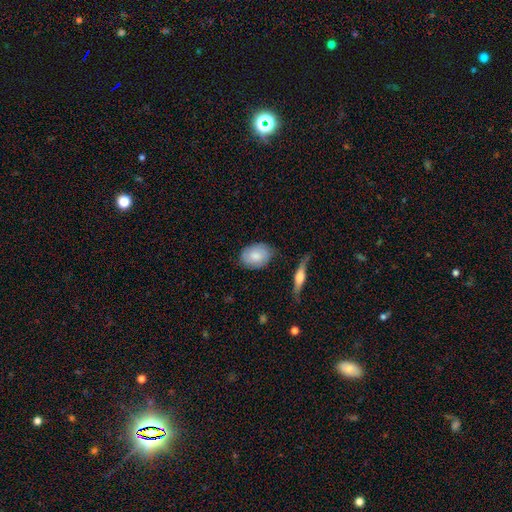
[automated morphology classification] smooth_or_featured: smooth (p=0.66) [alt: featured or disk p=0.28]
how_rounded: in between (p=0.78) [alt: round p=0.21]
merging: none (p=0.76) [alt: minor disturbance p=0.18]